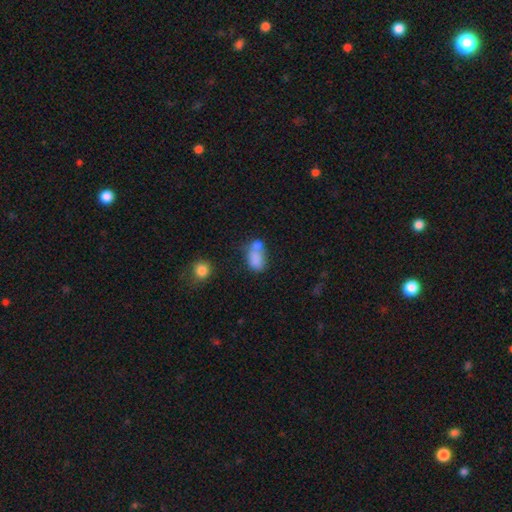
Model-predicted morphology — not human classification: Q: Smooth or featured?
A: smooth (77%); runner-up: featured or disk (13%)
Q: How rounded?
A: in between (83%); runner-up: round (14%)
Q: Merging?
A: merger (45%); runner-up: none (30%)